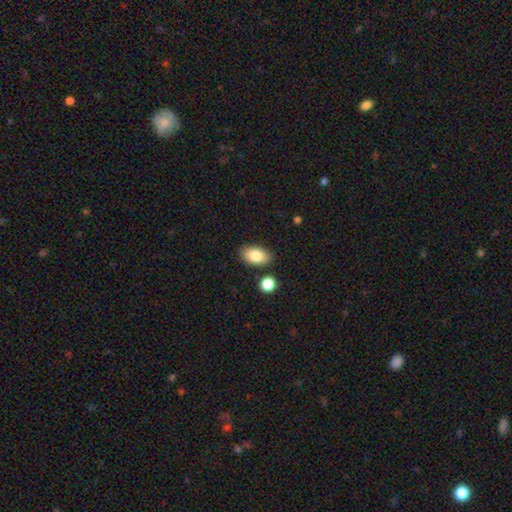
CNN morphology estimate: Q: Smooth or featured?
A: smooth (83%); runner-up: featured or disk (10%)
Q: How rounded?
A: in between (93%); runner-up: round (5%)
Q: Merging?
A: none (83%); runner-up: minor disturbance (10%)